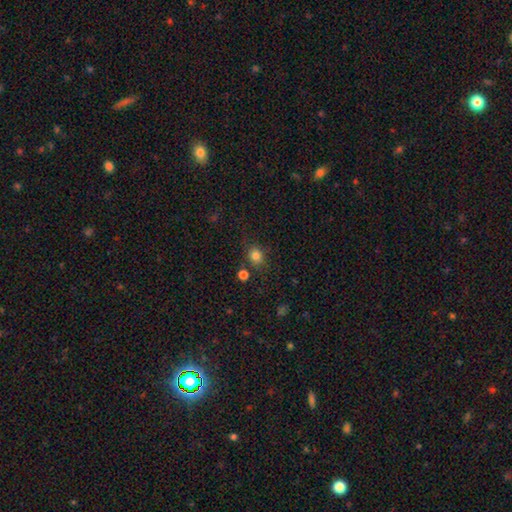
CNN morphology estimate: Smooth or featured?
  - smooth: 82% *
  - star or artifact: 13%
  - featured or disk: 6%
How rounded?
  - round: 71% *
  - in between: 28%
  - cigar-shaped: 1%
Merging?
  - none: 76% *
  - minor disturbance: 13%
  - merger: 7%
  - major disturbance: 4%